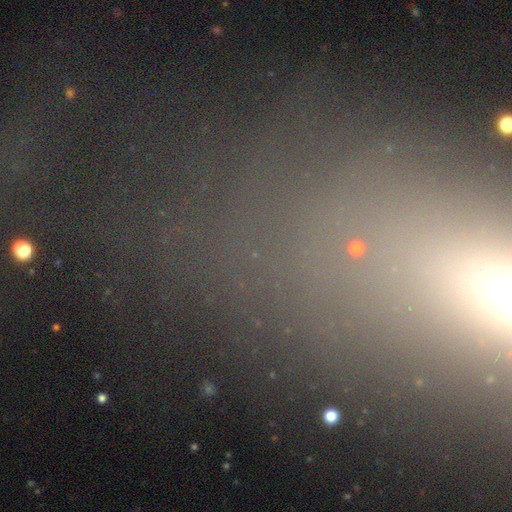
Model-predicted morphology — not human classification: Smooth or featured? Predicted: star or artifact (p=0.56).